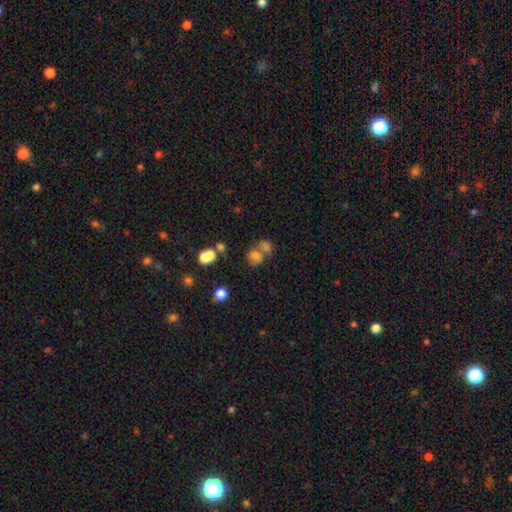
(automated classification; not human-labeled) Smooth or featured?
  - smooth: 69% *
  - star or artifact: 17%
  - featured or disk: 14%
How rounded?
  - round: 69% *
  - in between: 30%
  - cigar-shaped: 1%
Merging?
  - merger: 43% *
  - none: 41%
  - minor disturbance: 10%
  - major disturbance: 5%